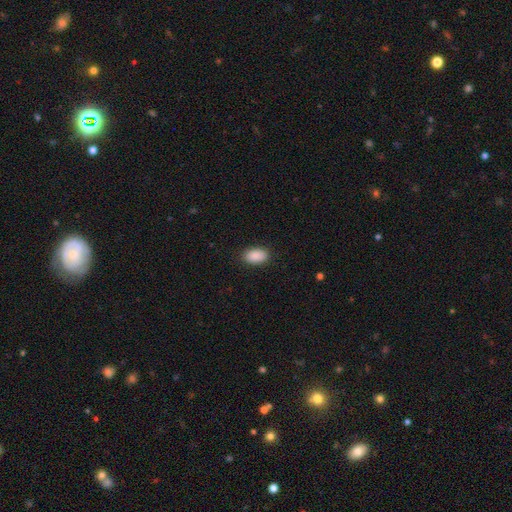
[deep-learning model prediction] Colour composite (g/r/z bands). It shows a smooth galaxy with no disk features (89%) that is in between round and cigar-shaped (92%). Merging: none (88%).